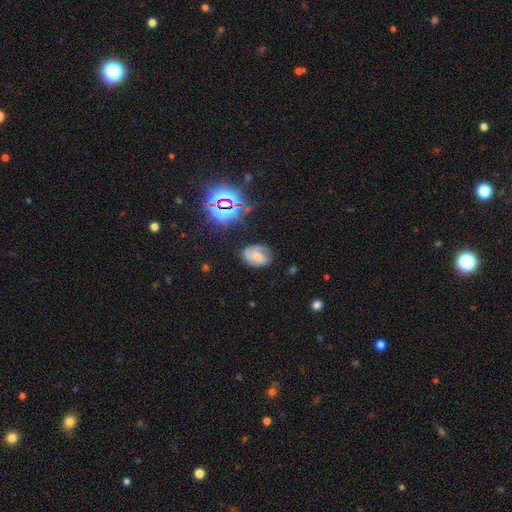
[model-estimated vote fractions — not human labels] This is possibly a smooth galaxy (46%). Merging: likely none (65%).